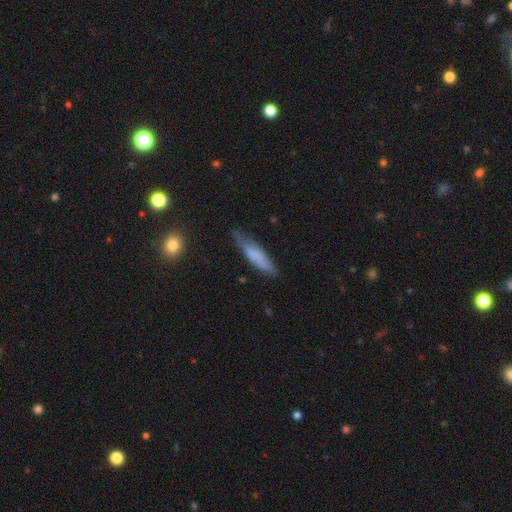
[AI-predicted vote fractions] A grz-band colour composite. It shows a smooth galaxy with no disk features (67%) that is cigar-shaped (77%). Merging: none (68%).